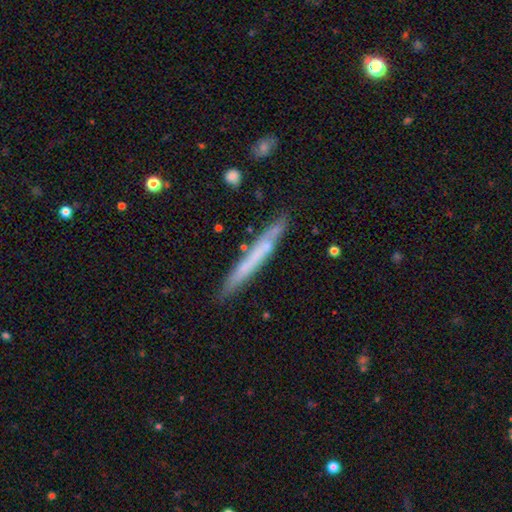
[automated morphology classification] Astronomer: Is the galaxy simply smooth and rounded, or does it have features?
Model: smooth — 50% (runner-up: featured or disk, 44%).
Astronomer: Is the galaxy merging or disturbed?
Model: none — 83%.